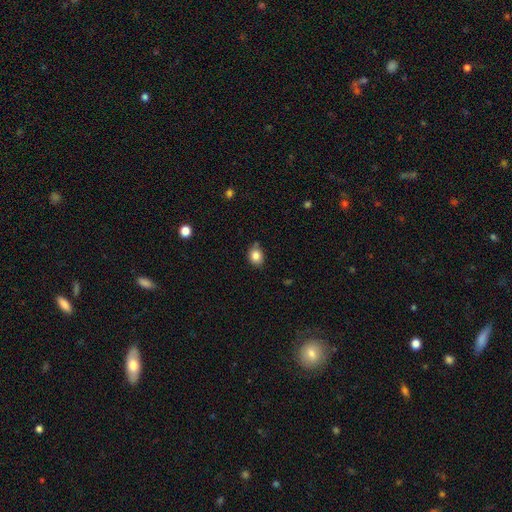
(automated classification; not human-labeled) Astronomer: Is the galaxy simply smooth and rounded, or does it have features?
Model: smooth — 84%.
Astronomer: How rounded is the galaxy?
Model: in between — 50% (runner-up: round, 49%).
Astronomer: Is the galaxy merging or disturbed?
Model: none — 77%.